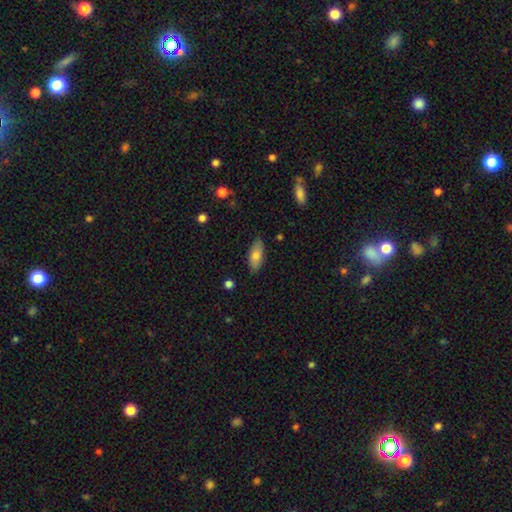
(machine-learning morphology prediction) Smooth or featured: smooth — 76% (featured or disk — 17%)
How rounded: in between — 82% (cigar-shaped — 16%)
Merging: none — 83% (minor disturbance — 13%)